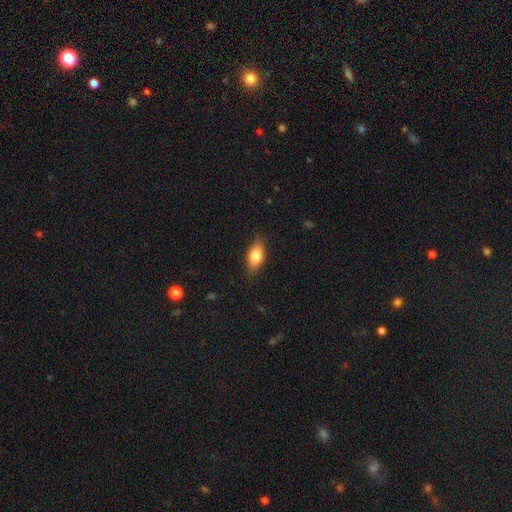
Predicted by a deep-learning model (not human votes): A smooth galaxy with no disk features (80%) that is in between round and cigar-shaped (85%).

Vote fractions:
- Smooth or featured? smooth: 80% / featured or disk: 13% / star or artifact: 7%
- How rounded? in between: 85% / cigar-shaped: 10% / round: 4%
- Merging? none: 83% / minor disturbance: 13% / major disturbance: 3% / merger: 1%